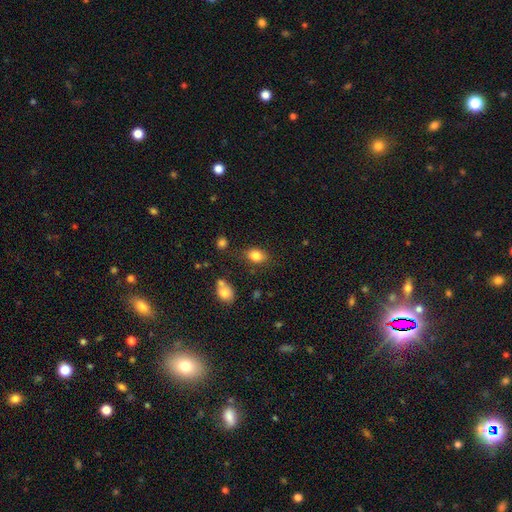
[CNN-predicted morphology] This appears to be a smooth galaxy with no disk features (82%) that is in between round and cigar-shaped (76%). Merging: none (78%).